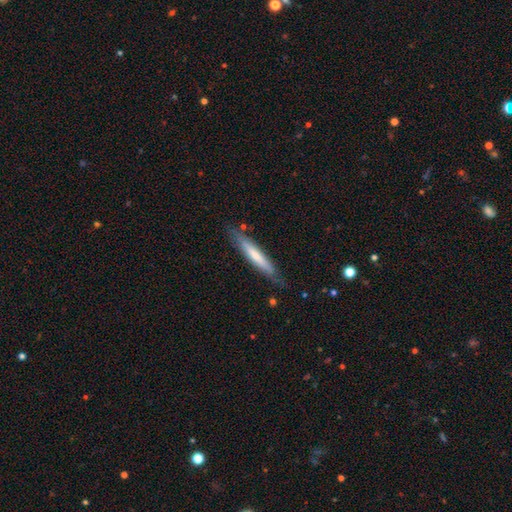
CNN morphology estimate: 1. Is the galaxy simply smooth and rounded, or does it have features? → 58% smooth, 36% featured or disk, 5% star or artifact.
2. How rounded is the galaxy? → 92% cigar-shaped, 7% in between, 1% round.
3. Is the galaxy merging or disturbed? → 79% none, 16% minor disturbance, 3% major disturbance, 2% merger.